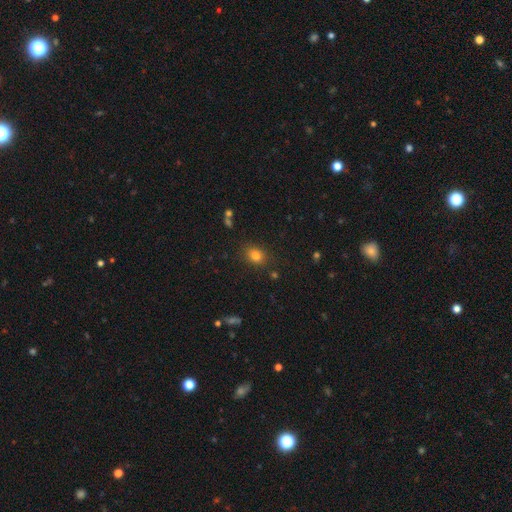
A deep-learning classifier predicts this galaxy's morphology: type=smooth (80%); roundness=in between (52%); merging=none (82%).